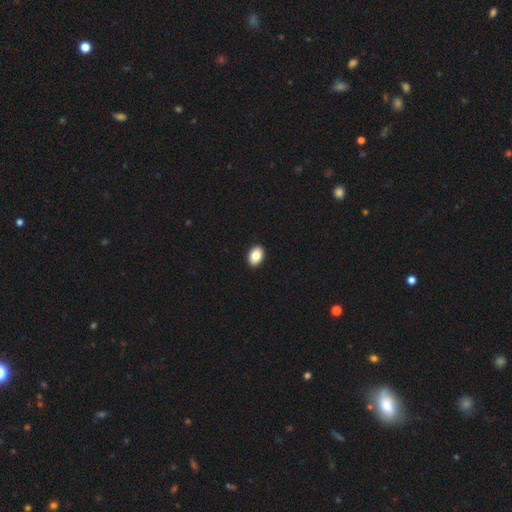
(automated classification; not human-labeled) A smooth galaxy with no disk features (86%) that is in between round and cigar-shaped (84%). Merging: none (93%).